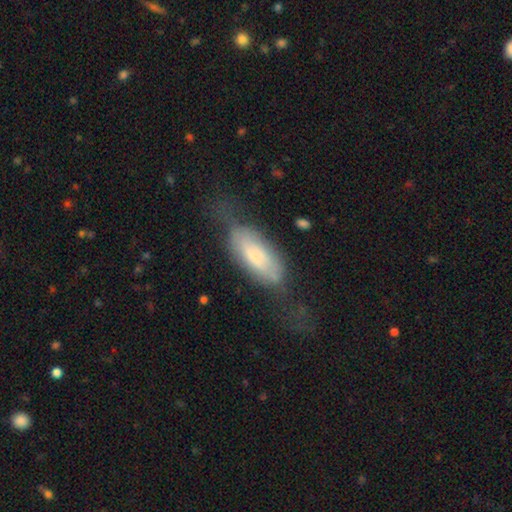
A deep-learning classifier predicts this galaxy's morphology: Overall: smooth (60%; featured or disk 33%). How rounded: in between (76%). Merging: none (42%; minor disturbance 30%).